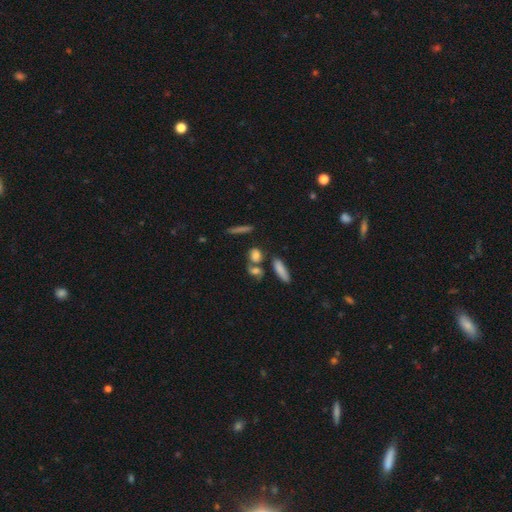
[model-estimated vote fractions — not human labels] A smooth galaxy with no disk features (68%) that is in between round and cigar-shaped (43%).

Vote fractions:
- Smooth or featured? smooth: 68% / featured or disk: 19% / star or artifact: 13%
- How rounded? in between: 43% / round: 41% / cigar-shaped: 17%
- Merging? none: 52% / merger: 29% / minor disturbance: 13% / major disturbance: 7%